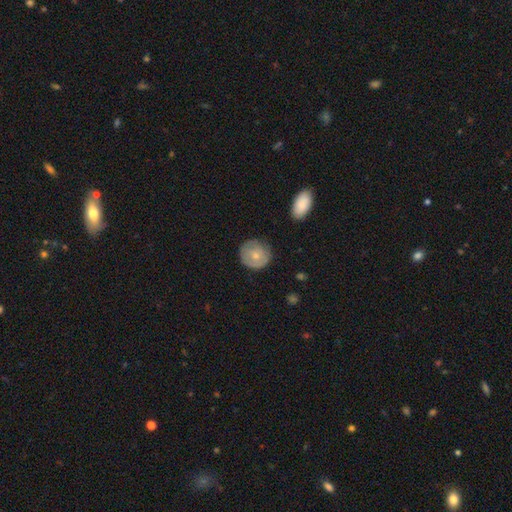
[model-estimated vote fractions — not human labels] This is possibly a smooth galaxy (60%). How rounded: clearly round (87%). Merging: likely none (73%).